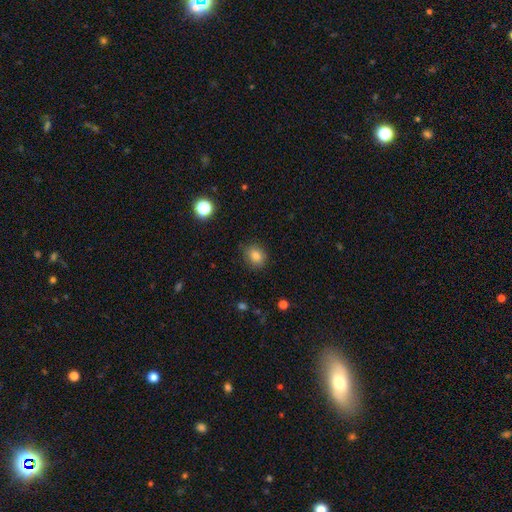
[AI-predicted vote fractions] Overall: smooth (83%). How rounded: round (63%; in between 36%). Merging: none (82%).